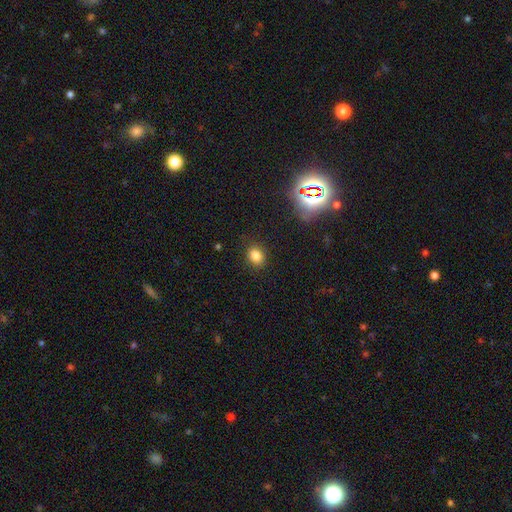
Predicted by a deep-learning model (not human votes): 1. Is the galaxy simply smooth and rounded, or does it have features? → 81% smooth, 13% star or artifact, 6% featured or disk.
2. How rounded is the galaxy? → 56% round, 43% in between, 1% cigar-shaped.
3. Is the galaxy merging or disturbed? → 88% none, 8% minor disturbance, 3% major disturbance, 1% merger.